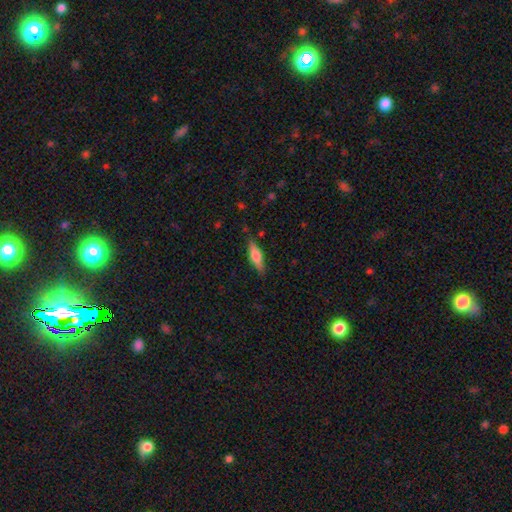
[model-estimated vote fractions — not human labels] The model was most divided on "smooth or featured": smooth: 53%, featured or disk: 41%, star or artifact: 6%. More confident: merging — none (83%); how rounded — cigar-shaped (57%).